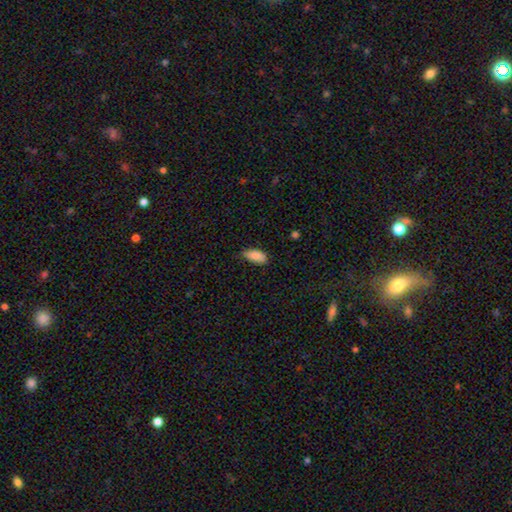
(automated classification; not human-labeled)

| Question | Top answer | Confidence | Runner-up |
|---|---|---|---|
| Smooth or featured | smooth | 88% | star or artifact (7%) |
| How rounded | in between | 91% | cigar-shaped (7%) |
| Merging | none | 66% | minor disturbance (29%) |